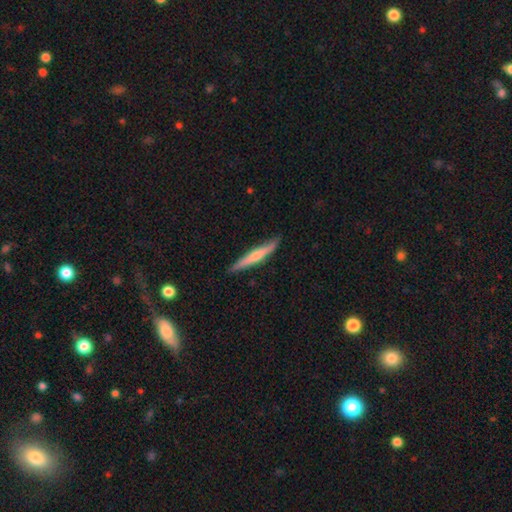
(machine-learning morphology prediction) smooth-or-featured: smooth: 48% | featured or disk: 47% | star or artifact: 5%
  merging: none: 87% | minor disturbance: 10% | major disturbance: 2% | merger: 1%